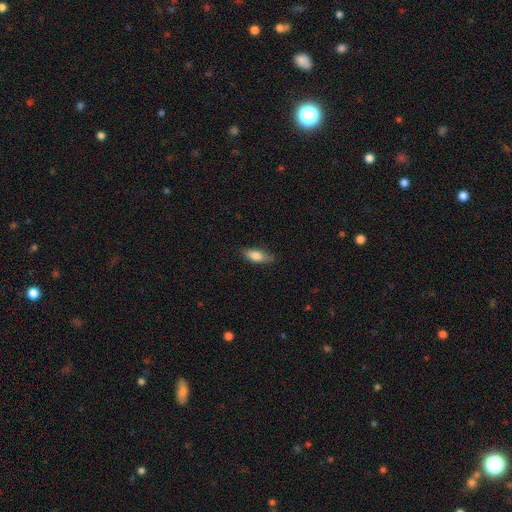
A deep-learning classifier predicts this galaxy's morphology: Smooth or featured? Predicted: smooth (p=0.77). How rounded? Predicted: in between (p=0.69). Merging? Predicted: none (p=0.75).